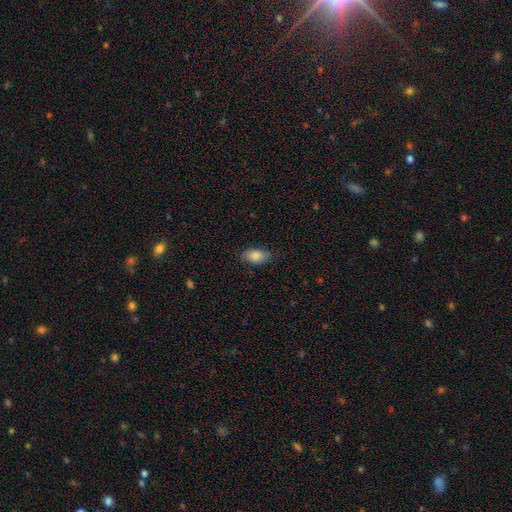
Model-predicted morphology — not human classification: smooth_or_featured: smooth (p=0.85) [alt: featured or disk p=0.08]
how_rounded: in between (p=0.92) [alt: round p=0.06]
merging: none (p=0.81) [alt: minor disturbance p=0.15]